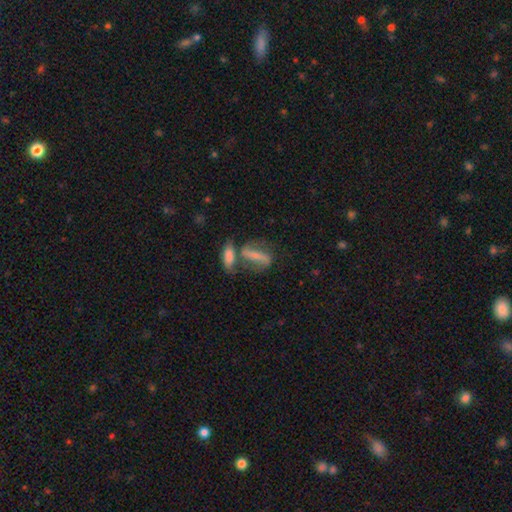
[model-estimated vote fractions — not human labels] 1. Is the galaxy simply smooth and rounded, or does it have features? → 51% featured or disk, 40% smooth, 9% star or artifact.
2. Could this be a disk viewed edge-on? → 80% no, 20% yes.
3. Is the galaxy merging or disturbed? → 40% merger, 39% none, 12% minor disturbance, 9% major disturbance.